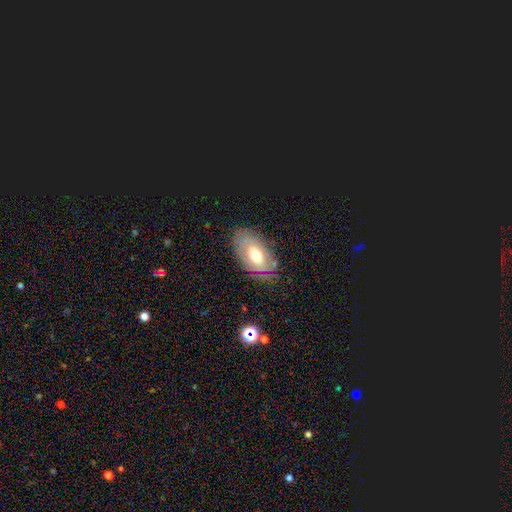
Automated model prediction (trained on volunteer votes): A smooth galaxy with no disk features (49%).

Vote fractions:
- Smooth or featured? smooth: 49% / featured or disk: 42% / star or artifact: 9%
- Merging? none: 76% / minor disturbance: 17% / major disturbance: 5% / merger: 2%